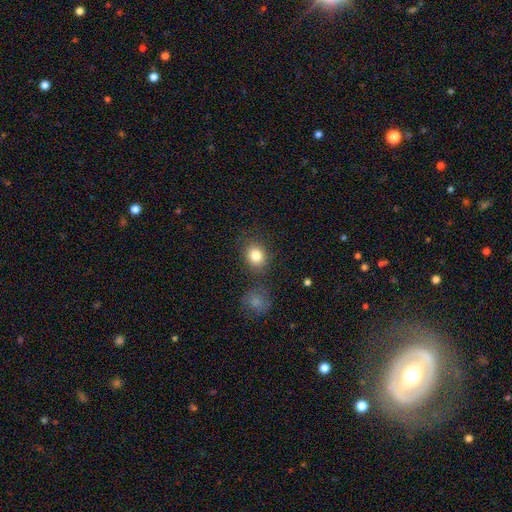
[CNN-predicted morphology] A smooth galaxy with no disk features (83%) that is round (62%). Merging: none (75%).